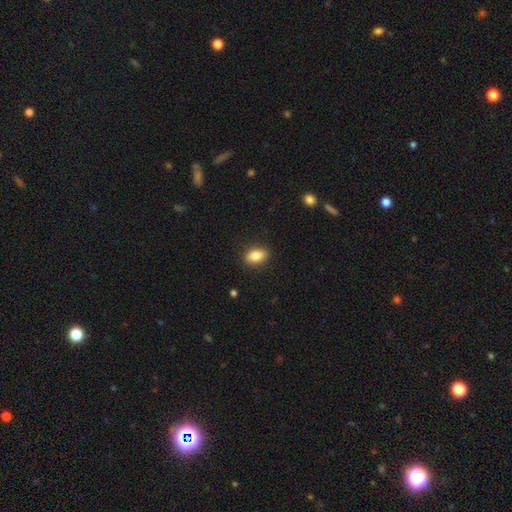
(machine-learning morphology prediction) Overall: smooth (85%). How rounded: in between (86%). Merging: none (88%).